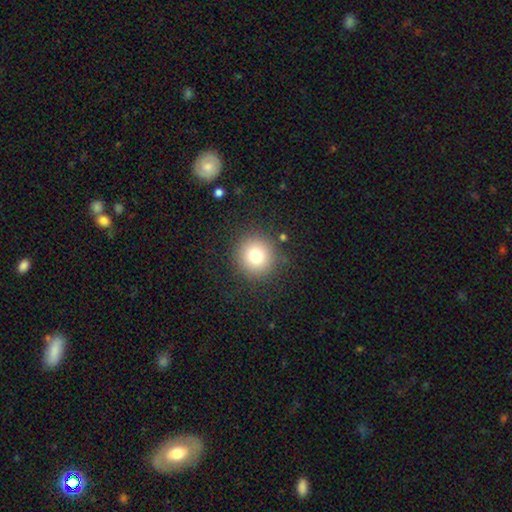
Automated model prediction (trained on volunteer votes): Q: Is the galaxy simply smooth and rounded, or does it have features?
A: smooth — 77%.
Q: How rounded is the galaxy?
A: round — 94%.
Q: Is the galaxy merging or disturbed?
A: none — 87%.